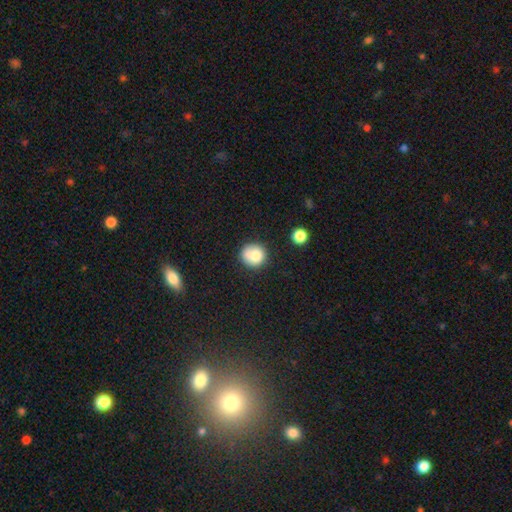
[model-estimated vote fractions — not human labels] Smooth or featured: smooth — 81% (star or artifact — 10%)
How rounded: round — 87% (in between — 12%)
Merging: none — 70% (minor disturbance — 18%)